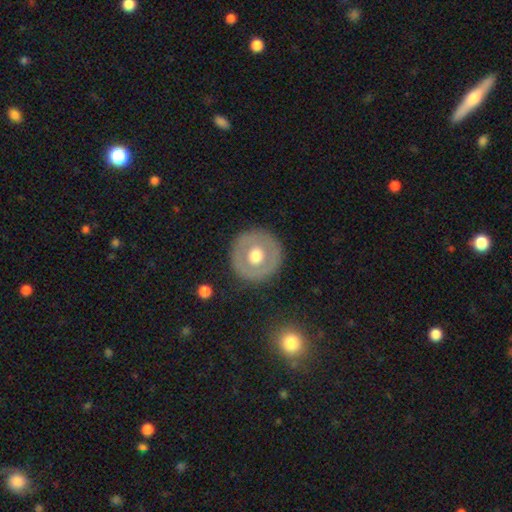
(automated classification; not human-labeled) A smooth galaxy with no disk features (52%) that is round (94%).

Vote fractions:
- Smooth or featured? smooth: 52% / featured or disk: 42% / star or artifact: 7%
- How rounded? round: 94% / in between: 5% / cigar-shaped: 1%
- Merging? none: 86% / minor disturbance: 9% / major disturbance: 4% / merger: 1%